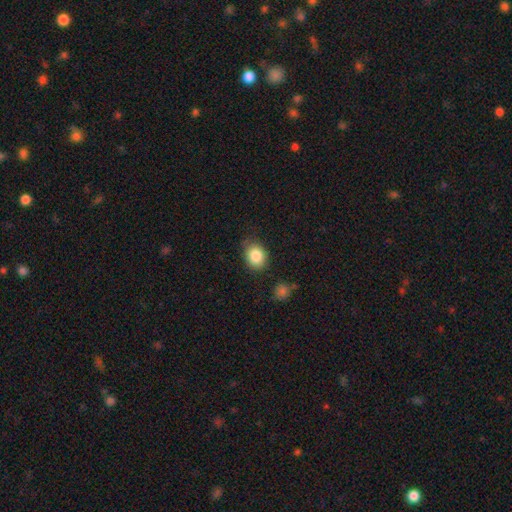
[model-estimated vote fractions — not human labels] smooth 85%, star or artifact 8%, featured or disk 6%. Down the decision tree: how rounded — in between (54%); merging — none (75%).